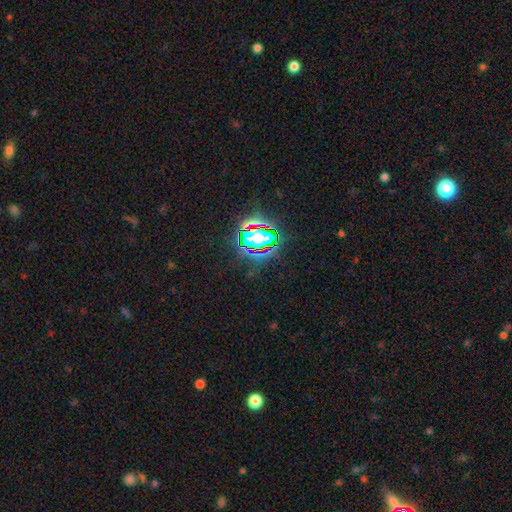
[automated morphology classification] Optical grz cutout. It shows a star or artifact, not a galaxy (82%).